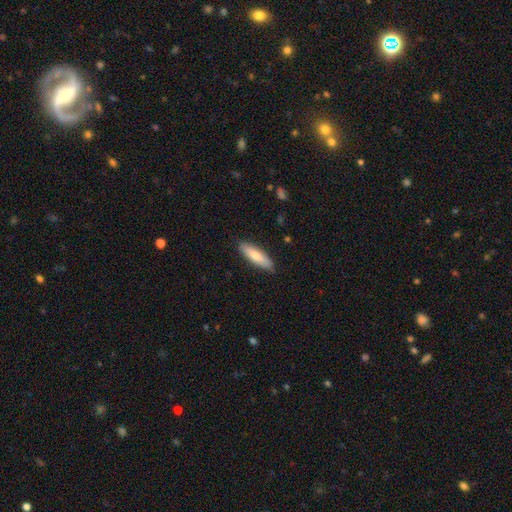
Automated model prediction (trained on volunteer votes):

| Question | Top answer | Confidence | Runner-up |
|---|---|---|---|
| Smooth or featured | smooth | 75% | featured or disk (20%) |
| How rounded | cigar-shaped | 60% | in between (39%) |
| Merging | none | 87% | minor disturbance (10%) |